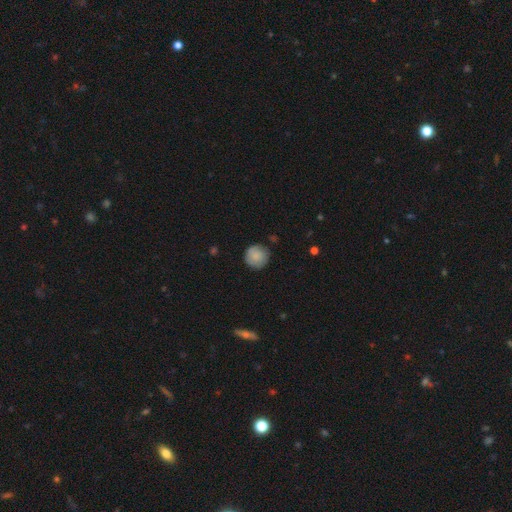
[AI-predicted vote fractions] Smooth or featured?
  - smooth: 83% *
  - featured or disk: 10%
  - star or artifact: 7%
How rounded?
  - round: 94% *
  - in between: 5%
  - cigar-shaped: 1%
Merging?
  - none: 83% *
  - minor disturbance: 13%
  - major disturbance: 3%
  - merger: 1%